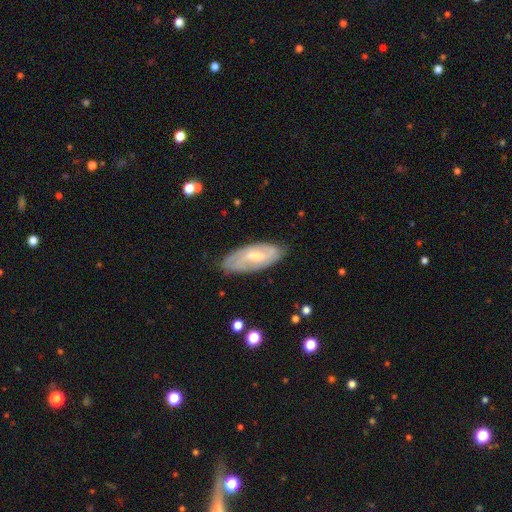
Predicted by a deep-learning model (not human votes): Smooth or featured: featured or disk — 65% (smooth — 29%)
Edge-on disk: no — 87% (yes — 13%)
Bar: weak — 48% (no — 41%)
Spiral arms: yes — 80% (no — 20%)
Bulge size: moderate — 57% (small — 34%)
Merging: none — 77% (minor disturbance — 17%)